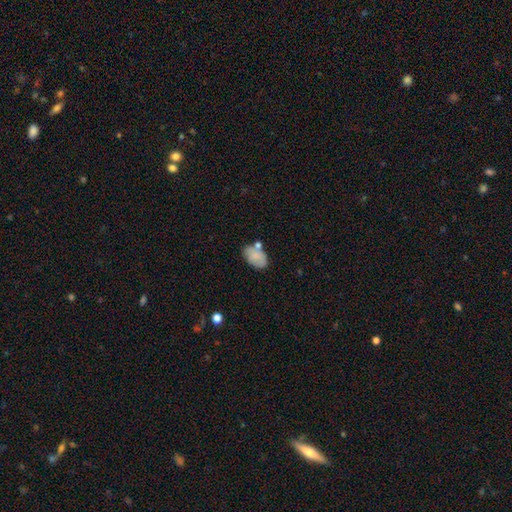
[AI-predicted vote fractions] The model was most divided on "merging": none: 58%, minor disturbance: 20%, merger: 16%, major disturbance: 6%. More confident: how rounded — in between (89%); smooth or featured — smooth (81%).